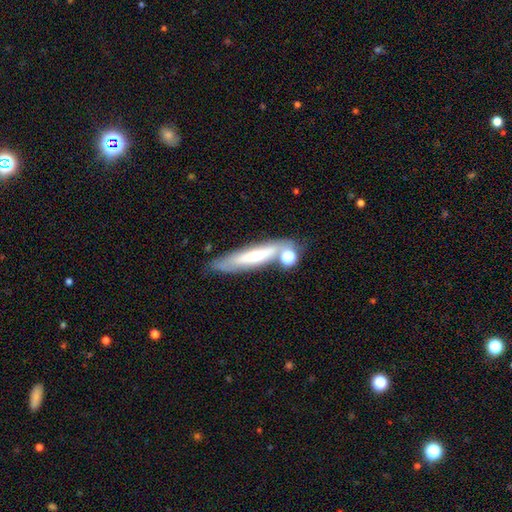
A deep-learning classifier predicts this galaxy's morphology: smooth-or-featured: featured or disk: 53% | smooth: 38% | star or artifact: 9%
  disk-edge-on: yes: 72% | no: 28%
  merging: none: 67% | minor disturbance: 14% | merger: 14% | major disturbance: 4%